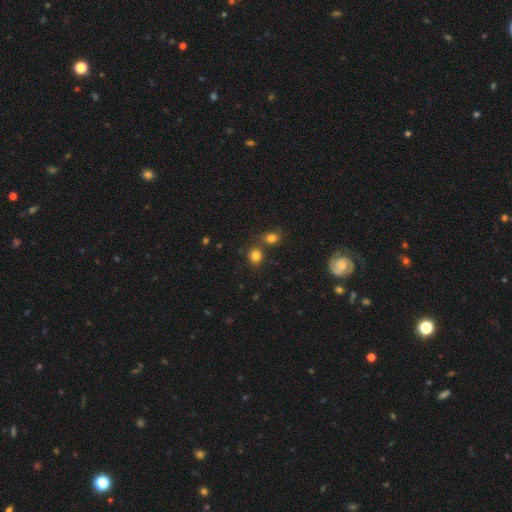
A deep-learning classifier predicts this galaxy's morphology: Overall: smooth (81%). How rounded: round (79%). Merging: none (64%).